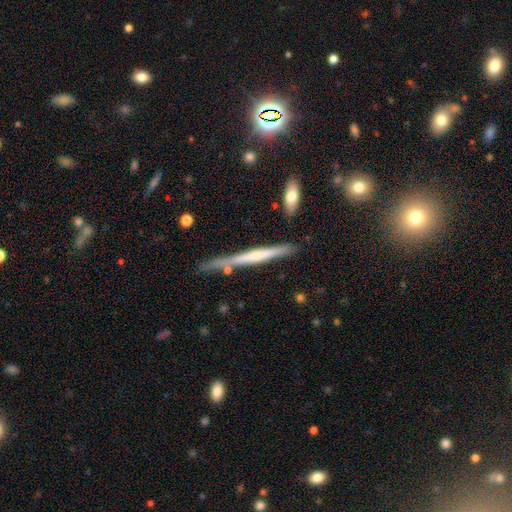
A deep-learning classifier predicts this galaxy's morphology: This appears to be a featured or disk galaxy (57%) viewed edge-on (96%) with no central bulge (56%). Merging: none (75%).